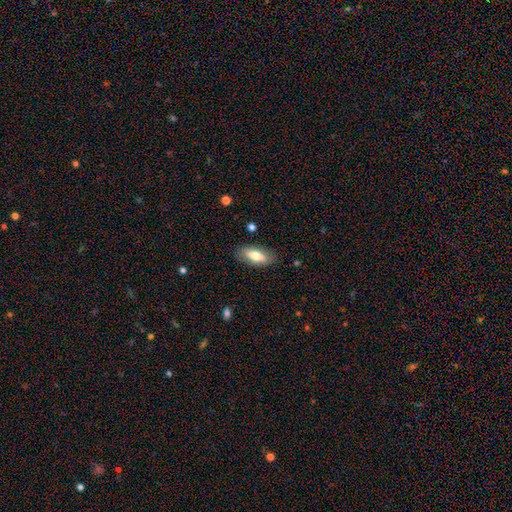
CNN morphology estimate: Smooth or featured? Predicted: smooth (p=0.71). How rounded? Predicted: in between (p=0.82). Merging? Predicted: none (p=0.85).